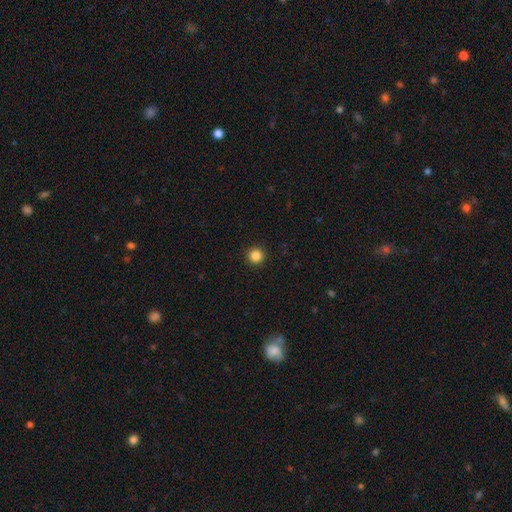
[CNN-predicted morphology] The model was most divided on "smooth or featured": smooth: 86%, star or artifact: 11%, featured or disk: 3%. More confident: how rounded — round (96%); merging — none (94%).